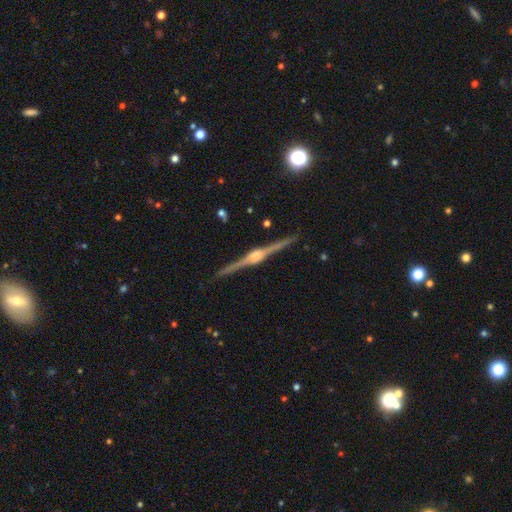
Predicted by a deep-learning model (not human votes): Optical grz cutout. It shows a featured or disk galaxy (90%) viewed edge-on (99%) with a rounded central bulge (81%). Merging: none (92%).